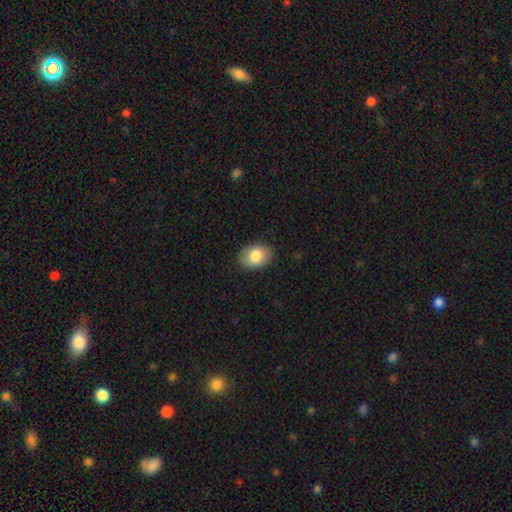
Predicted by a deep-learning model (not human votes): smooth-or-featured: smooth: 83% | featured or disk: 11% | star or artifact: 7%
  how-rounded: in between: 80% | round: 19% | cigar-shaped: 1%
  merging: none: 87% | minor disturbance: 10% | major disturbance: 2% | merger: 1%